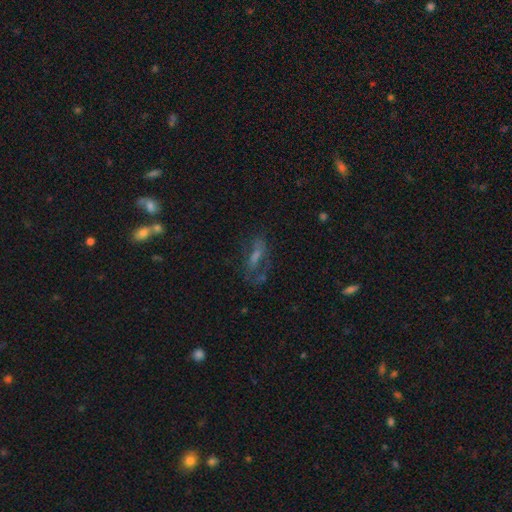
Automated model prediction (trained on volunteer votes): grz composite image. It shows a featured or disk galaxy (48%). Merging: none (55%).